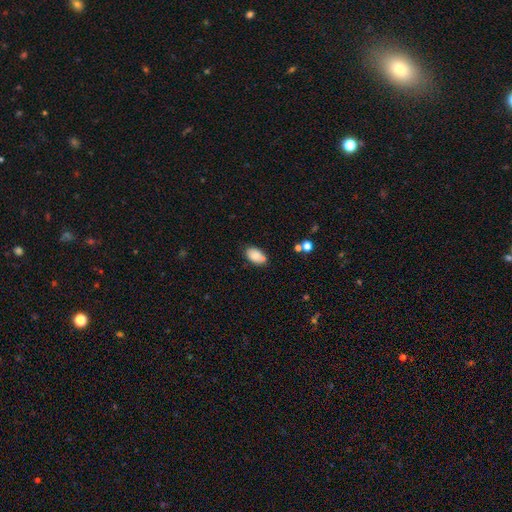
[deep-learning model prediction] smooth 85%, star or artifact 8%, featured or disk 7%. Down the decision tree: how rounded — in between (92%); merging — none (67%).